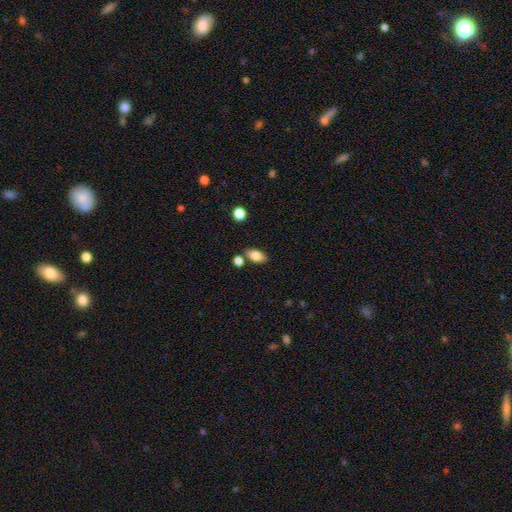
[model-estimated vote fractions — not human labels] This appears to be a smooth galaxy with no disk features (81%) that is in between round and cigar-shaped (89%). Merging: none (78%).